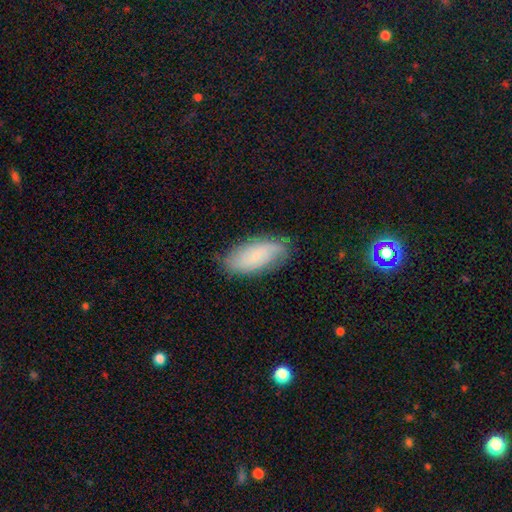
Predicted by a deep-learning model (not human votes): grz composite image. It shows a smooth galaxy with no disk features (51%) that is in between round and cigar-shaped (87%). Merging: none (75%).